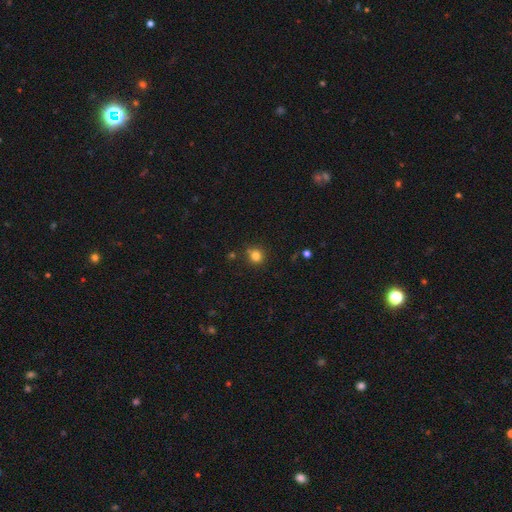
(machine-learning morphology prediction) This appears to be a smooth galaxy with no disk features (81%) that is round (88%). Merging: none (82%).